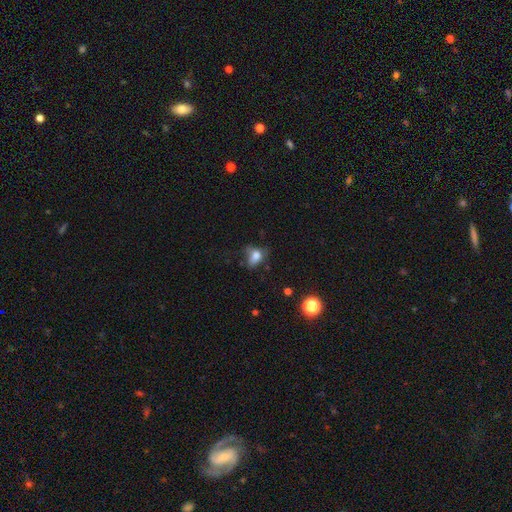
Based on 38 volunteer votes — smooth_or_featured: smooth (p=0.79) [alt: featured or disk p=0.16]
how_rounded: in between (p=0.80) [alt: round p=0.17]
merging: minor disturbance (p=0.36) [alt: none p=0.33]